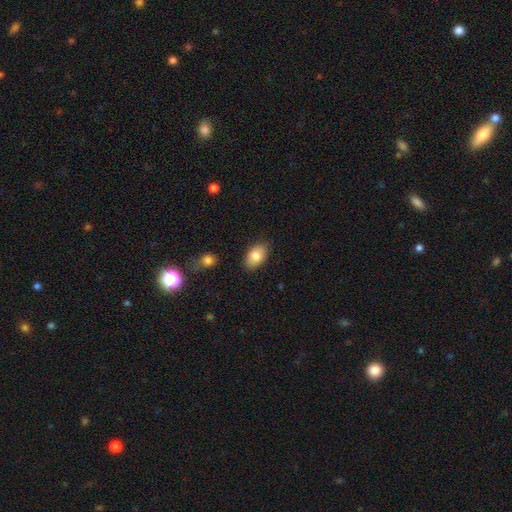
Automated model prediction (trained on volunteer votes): smooth-or-featured: smooth: 82% | featured or disk: 10% | star or artifact: 7%
  how-rounded: in between: 91% | round: 8% | cigar-shaped: 2%
  merging: none: 84% | minor disturbance: 11% | major disturbance: 2% | merger: 2%